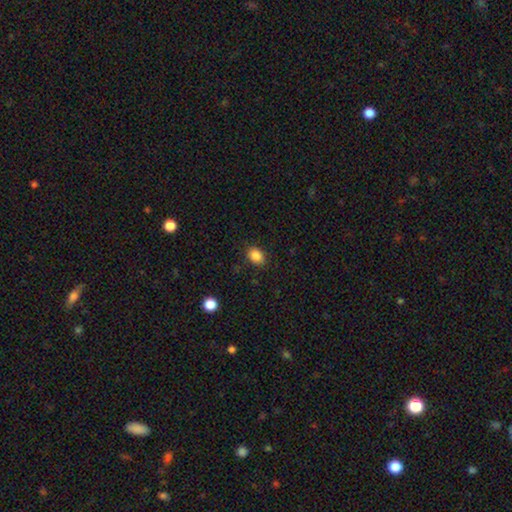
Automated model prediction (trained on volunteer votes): This is clearly a smooth galaxy (86%). How rounded: likely in between (62%). Merging: clearly none (86%).